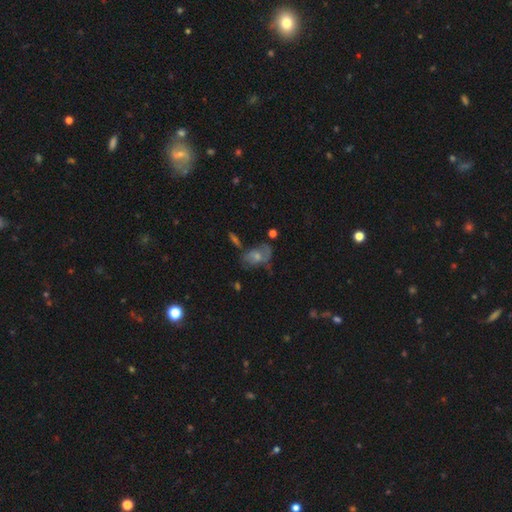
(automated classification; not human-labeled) smooth_or_featured: featured or disk (p=0.46) [alt: smooth p=0.31]
merging: none (p=0.49) [alt: minor disturbance p=0.22]